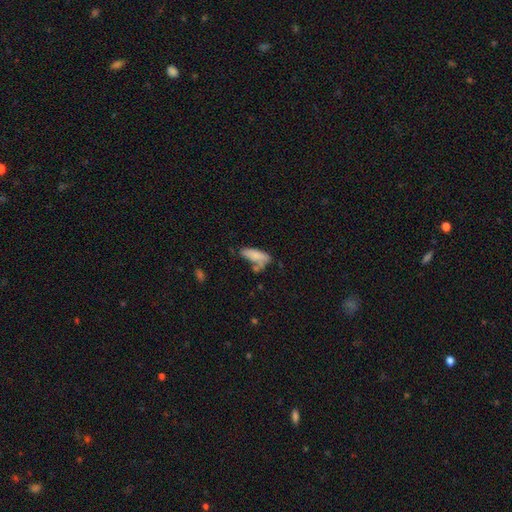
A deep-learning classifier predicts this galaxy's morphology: Smooth or featured? smooth (78%)
How rounded? in between (62%)
Merging? none (44%)